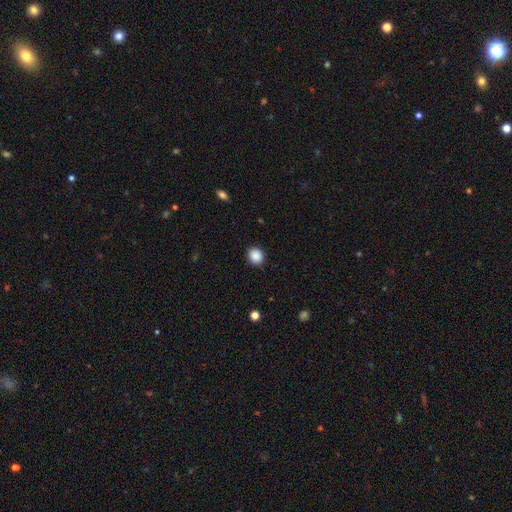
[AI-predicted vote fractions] The model was most divided on "how rounded": round: 80%, in between: 19%, cigar-shaped: 1%. More confident: merging — none (89%); smooth or featured — smooth (88%).